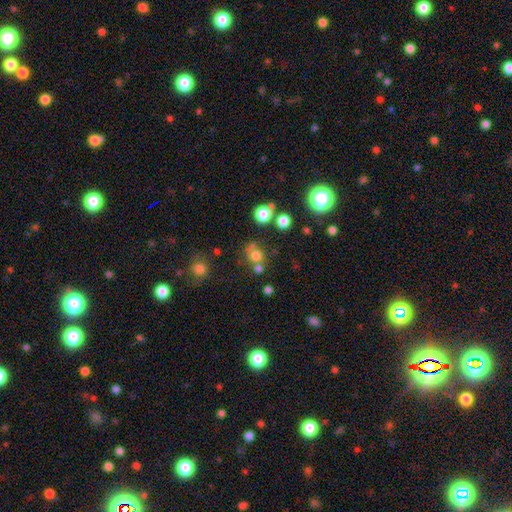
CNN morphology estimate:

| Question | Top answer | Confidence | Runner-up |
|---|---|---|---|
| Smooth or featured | smooth | 71% | star or artifact (19%) |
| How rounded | round | 84% | in between (15%) |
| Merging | none | 58% | merger (26%) |